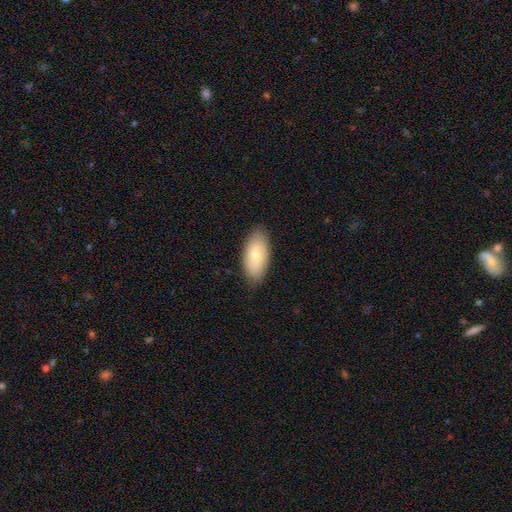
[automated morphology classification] A smooth galaxy with no disk features (73%) that is in between round and cigar-shaped (91%). Merging: none (86%).